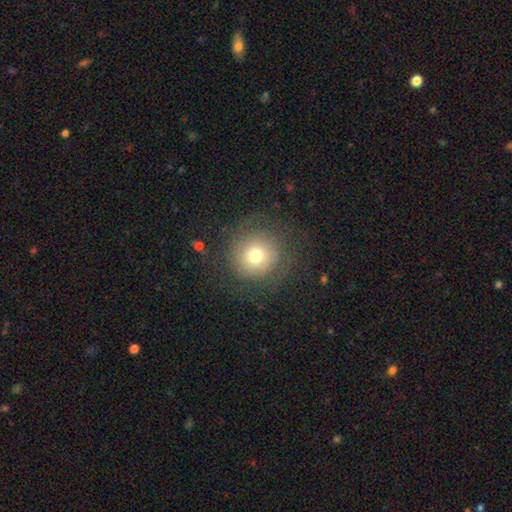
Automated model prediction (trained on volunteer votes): Smooth or featured: smooth — 68% (featured or disk — 20%)
How rounded: round — 93% (in between — 6%)
Merging: none — 78% (minor disturbance — 12%)